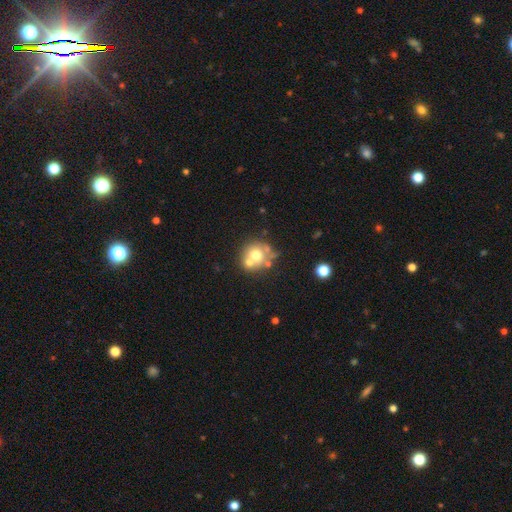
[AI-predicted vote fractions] Overall: smooth (60%; featured or disk 28%). How rounded: round (85%). Merging: none (46%; merger 38%).